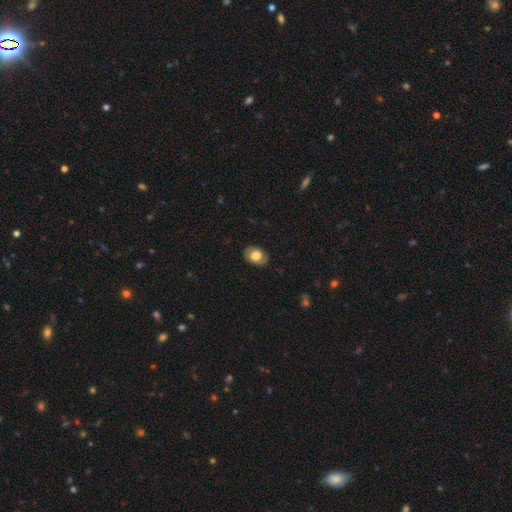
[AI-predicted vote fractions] A smooth galaxy with no disk features (65%) that is in between round and cigar-shaped (77%). Merging: none (84%).